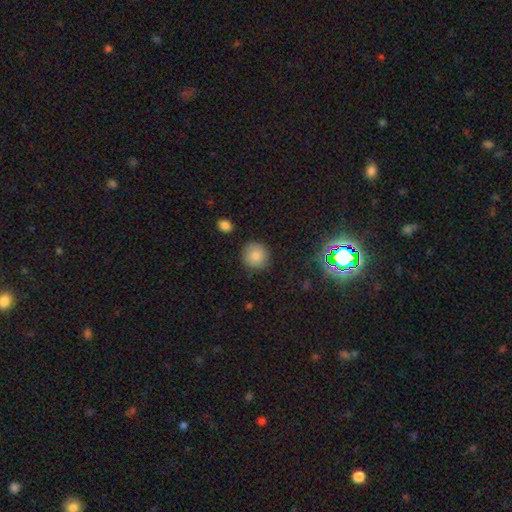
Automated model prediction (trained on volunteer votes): A smooth galaxy with no disk features (83%) that is round (92%).

Vote fractions:
- Smooth or featured? smooth: 83% / star or artifact: 11% / featured or disk: 6%
- How rounded? round: 92% / in between: 7% / cigar-shaped: 1%
- Merging? none: 86% / minor disturbance: 10% / major disturbance: 3% / merger: 2%